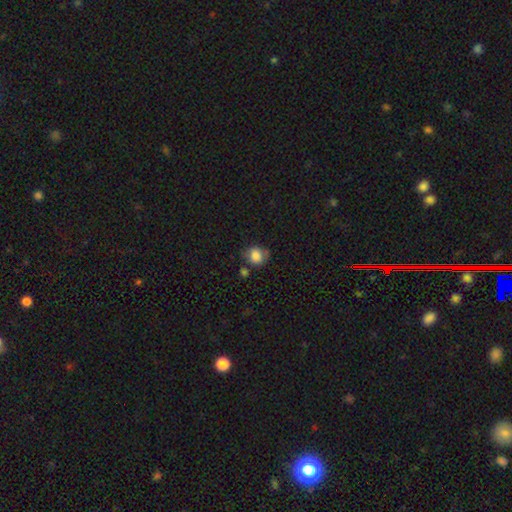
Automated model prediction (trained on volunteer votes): Morphology: type=smooth (82%); roundness=round (71%); merging=none (63%).